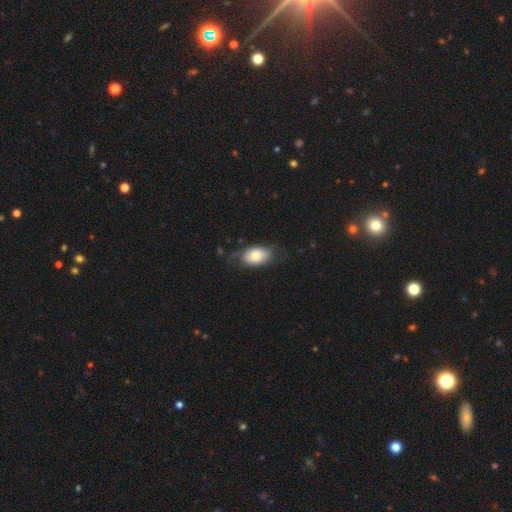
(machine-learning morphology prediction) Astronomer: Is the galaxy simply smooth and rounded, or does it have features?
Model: smooth — 70%.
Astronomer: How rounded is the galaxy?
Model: in between — 88%.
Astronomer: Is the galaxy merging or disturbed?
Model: none — 57%.